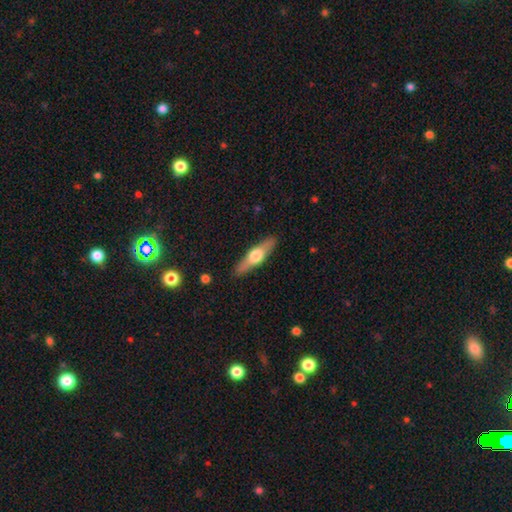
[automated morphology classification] This appears to be a featured or disk galaxy (53%) viewed edge-on (92%). Merging: none (89%).